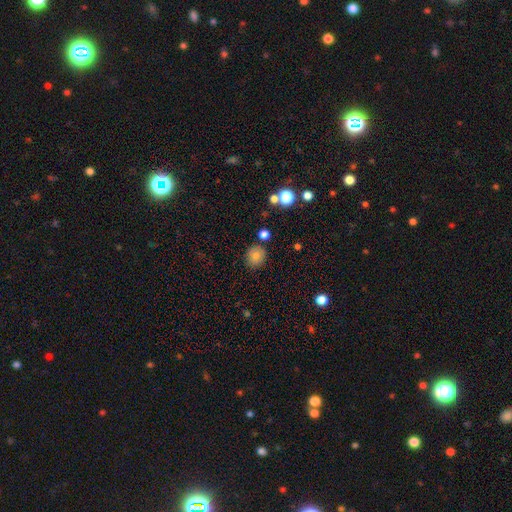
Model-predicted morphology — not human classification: A smooth galaxy with no disk features (79%) that is round (87%).

Vote fractions:
- Smooth or featured? smooth: 79% / star or artifact: 13% / featured or disk: 8%
- How rounded? round: 87% / in between: 12% / cigar-shaped: 1%
- Merging? none: 84% / minor disturbance: 9% / merger: 4% / major disturbance: 3%